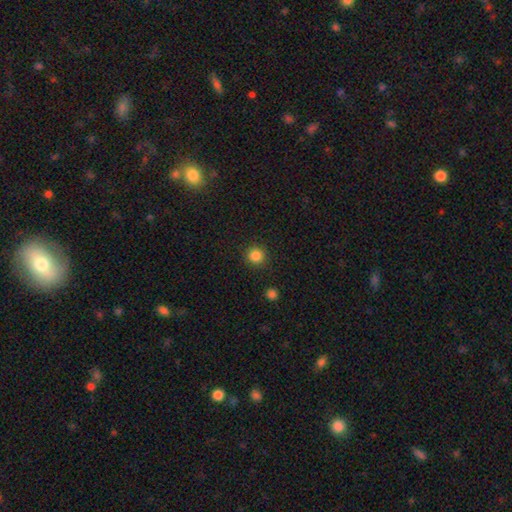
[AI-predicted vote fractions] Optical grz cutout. It shows a smooth galaxy with no disk features (85%) that is round (94%). Merging: none (91%).